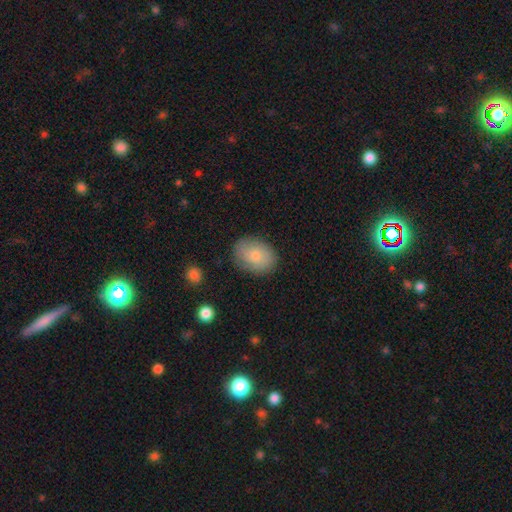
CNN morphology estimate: Smooth or featured?
  - smooth: 77% *
  - featured or disk: 16%
  - star or artifact: 7%
How rounded?
  - in between: 69% *
  - round: 30%
  - cigar-shaped: 1%
Merging?
  - none: 83% *
  - minor disturbance: 13%
  - major disturbance: 3%
  - merger: 1%